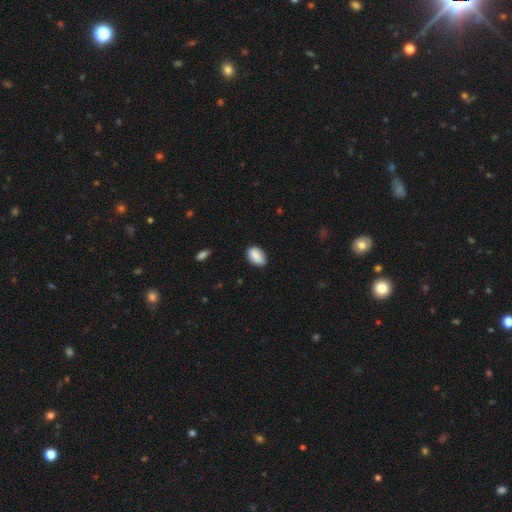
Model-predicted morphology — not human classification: Overall: smooth (88%). How rounded: in between (91%). Merging: none (79%).